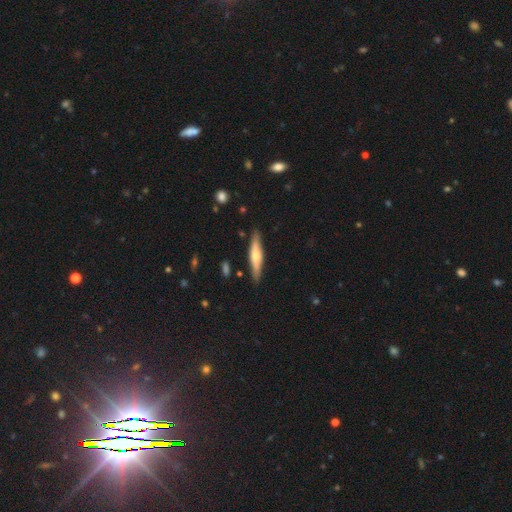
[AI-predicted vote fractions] featured or disk 51%, smooth 43%, star or artifact 6%. Down the decision tree: edge-on disk — yes (91%); merging — none (86%).